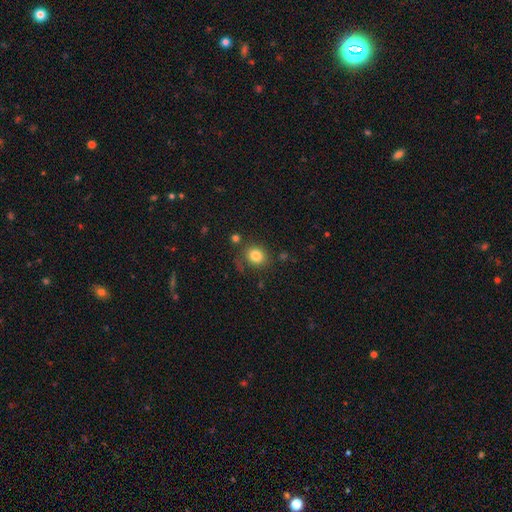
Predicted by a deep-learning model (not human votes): The model was most divided on "how rounded": round: 74%, in between: 25%, cigar-shaped: 1%. More confident: smooth or featured — smooth (82%); merging — none (76%).